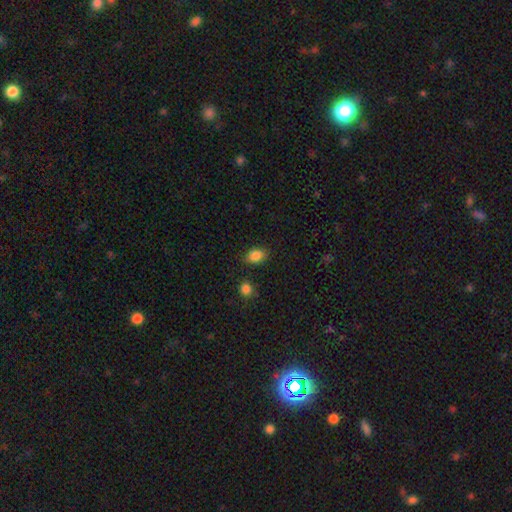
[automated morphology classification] Smooth or featured?
  - smooth: 85% *
  - star or artifact: 9%
  - featured or disk: 6%
How rounded?
  - in between: 77% *
  - round: 22%
  - cigar-shaped: 2%
Merging?
  - none: 81% *
  - minor disturbance: 13%
  - major disturbance: 3%
  - merger: 3%